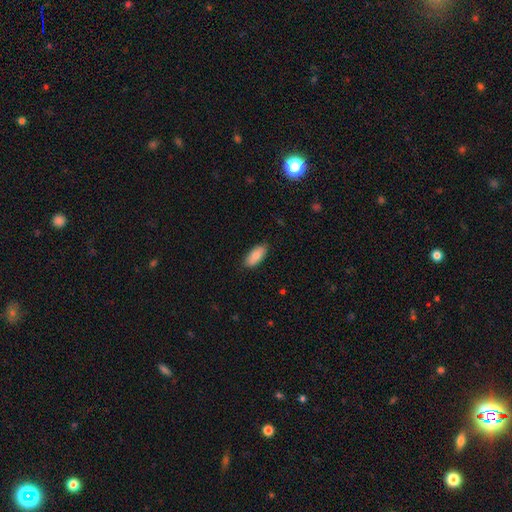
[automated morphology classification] The model was most divided on "merging": none: 86%, minor disturbance: 11%, major disturbance: 2%, merger: 1%. More confident: how rounded — in between (88%); smooth or featured — smooth (85%).